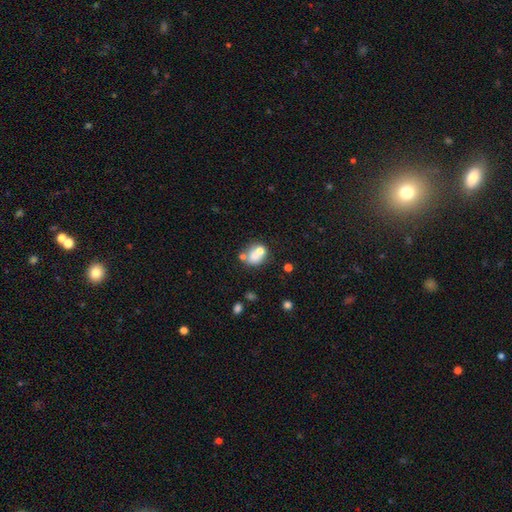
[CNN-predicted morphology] smooth-or-featured: smooth: 67% | featured or disk: 21% | star or artifact: 12%
  how-rounded: round: 58% | in between: 41% | cigar-shaped: 1%
  merging: merger: 40% (tied) | none: 40% (tied) | minor disturbance: 13% | major disturbance: 7%